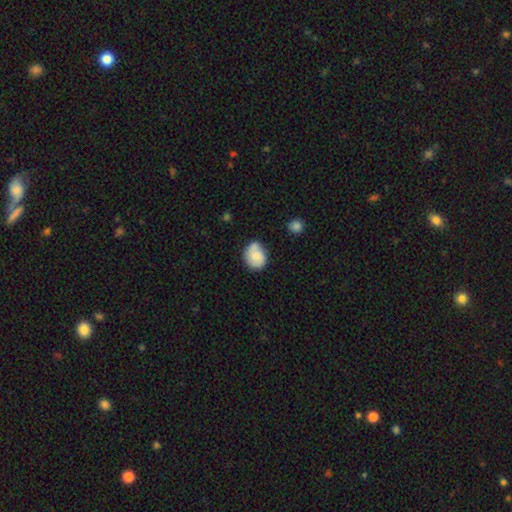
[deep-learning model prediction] Morphology: type=smooth (69%); roundness=round (55%); merging=none (56%).